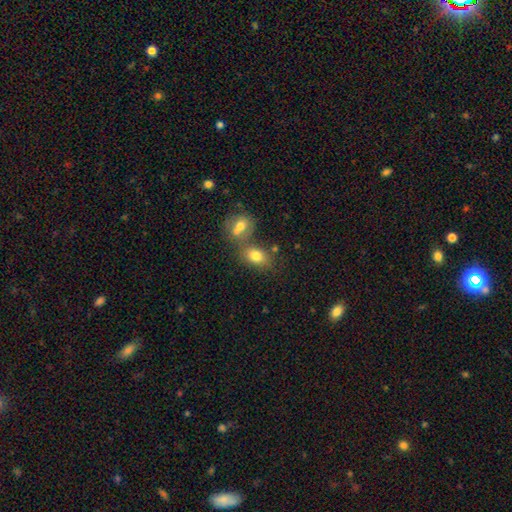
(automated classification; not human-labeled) A smooth galaxy with no disk features (78%) that is in between round and cigar-shaped (71%).

Vote fractions:
- Smooth or featured? smooth: 78% / featured or disk: 12% / star or artifact: 11%
- How rounded? in between: 71% / round: 28% / cigar-shaped: 2%
- Merging? none: 48% / merger: 36% / minor disturbance: 12% / major disturbance: 4%